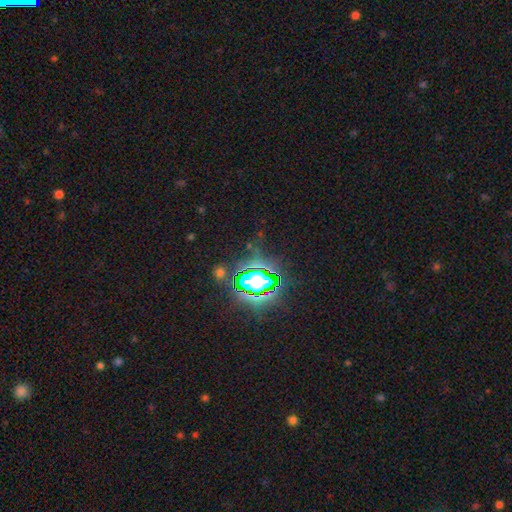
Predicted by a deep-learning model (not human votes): star or artifact 74%, smooth 16%, featured or disk 10%.